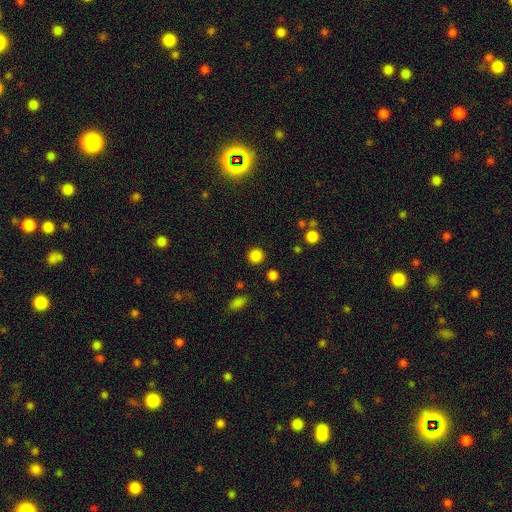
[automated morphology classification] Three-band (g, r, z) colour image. It shows a smooth galaxy with no disk features (84%) that is round (93%). Merging: none (89%).